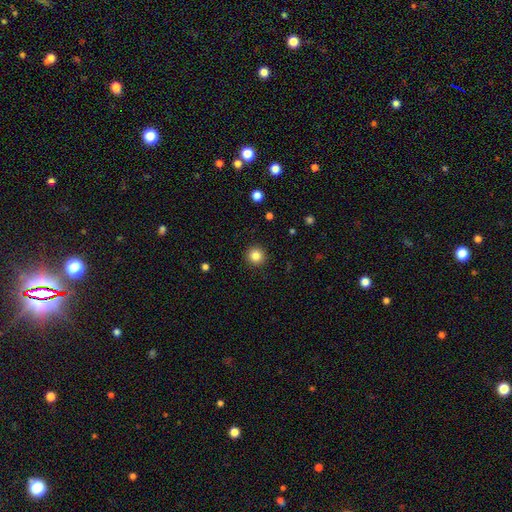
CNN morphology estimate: smooth 85%, star or artifact 11%, featured or disk 5%. Down the decision tree: how rounded — round (94%); merging — none (92%).